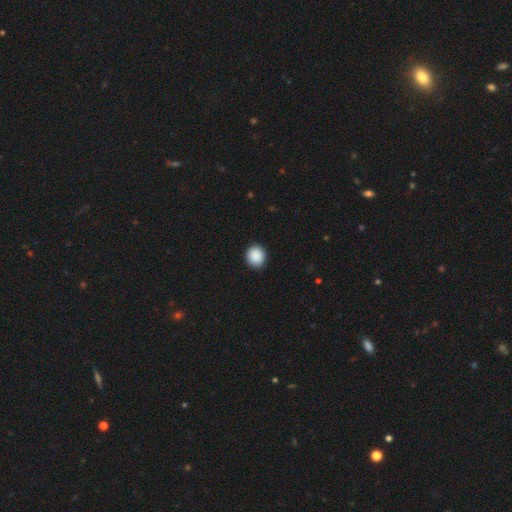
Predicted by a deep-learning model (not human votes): This appears to be a smooth galaxy with no disk features (90%) that is round (78%). Merging: none (91%).